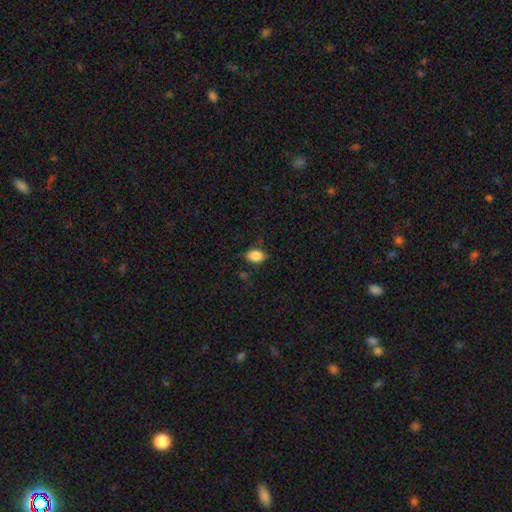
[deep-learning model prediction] Smooth or featured: smooth — 86% (star or artifact — 9%)
How rounded: in between — 79% (round — 19%)
Merging: none — 76% (minor disturbance — 19%)